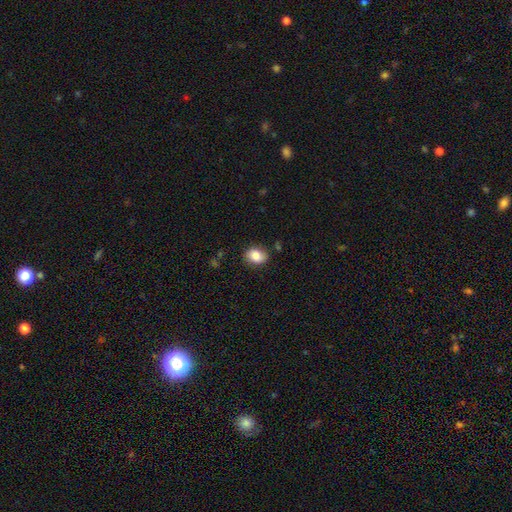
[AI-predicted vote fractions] Smooth or featured? smooth (83%)
How rounded? in between (58%)
Merging? none (78%)